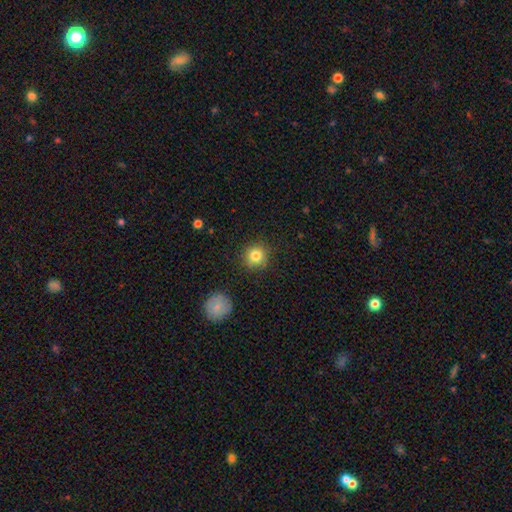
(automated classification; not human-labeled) The model was most divided on "smooth or featured": smooth: 83%, star or artifact: 10%, featured or disk: 7%. More confident: how rounded — round (92%); merging — none (88%).